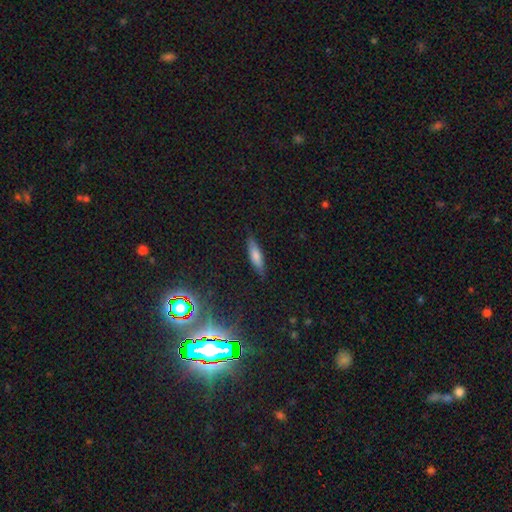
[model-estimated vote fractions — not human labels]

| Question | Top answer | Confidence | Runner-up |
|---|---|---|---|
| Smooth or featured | smooth | 63% | featured or disk (22%) |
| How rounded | cigar-shaped | 67% | in between (31%) |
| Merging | none | 86% | minor disturbance (10%) |